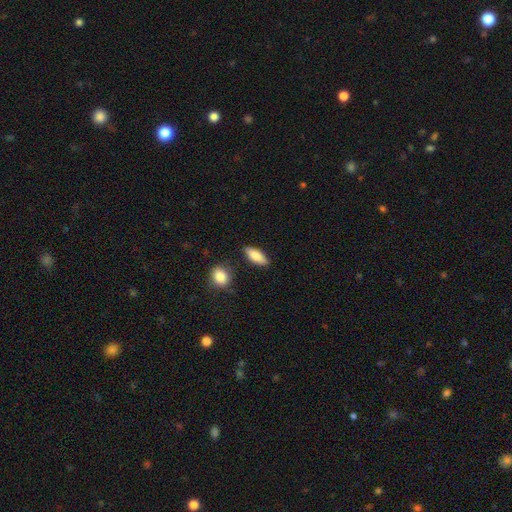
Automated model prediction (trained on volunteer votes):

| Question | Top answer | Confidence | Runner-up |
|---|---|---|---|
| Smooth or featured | smooth | 83% | featured or disk (10%) |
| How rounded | in between | 74% | cigar-shaped (23%) |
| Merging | none | 82% | minor disturbance (12%) |